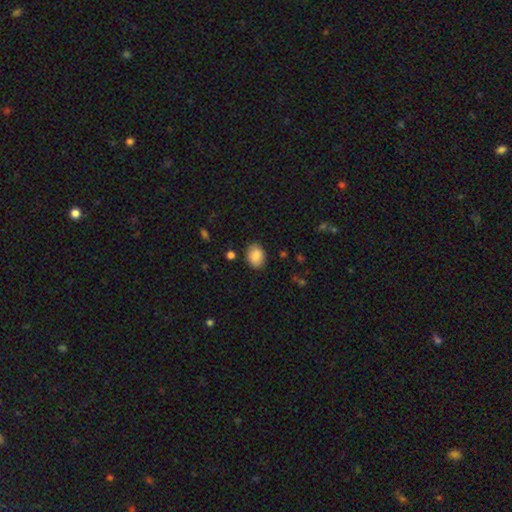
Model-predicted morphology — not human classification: Smooth or featured?
  - smooth: 85% *
  - featured or disk: 8%
  - star or artifact: 8%
How rounded?
  - in between: 65% *
  - round: 35%
  - cigar-shaped: 1%
Merging?
  - none: 84% *
  - minor disturbance: 12%
  - major disturbance: 3%
  - merger: 2%